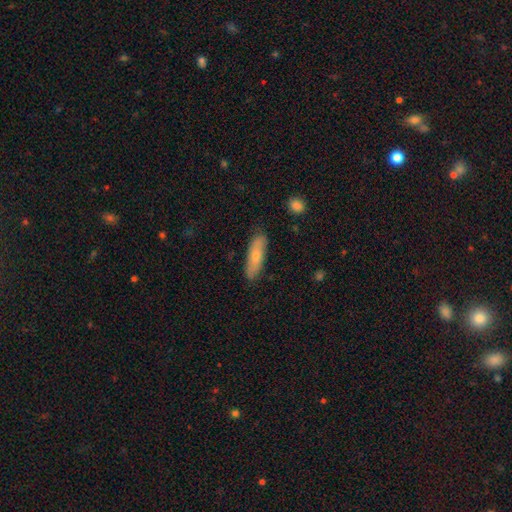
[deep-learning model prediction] Smooth or featured: smooth — 70% (featured or disk — 24%)
How rounded: cigar-shaped — 57% (in between — 41%)
Merging: none — 84% (minor disturbance — 13%)